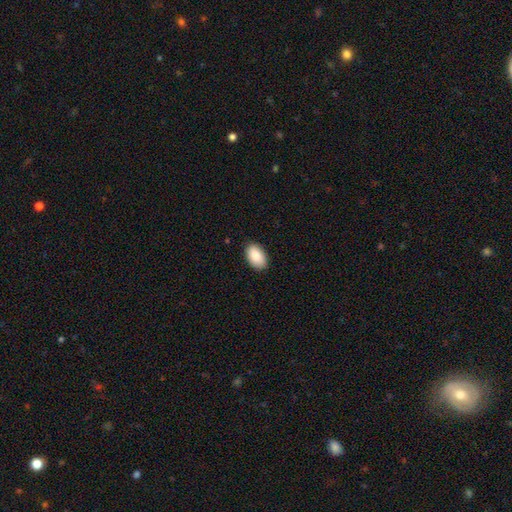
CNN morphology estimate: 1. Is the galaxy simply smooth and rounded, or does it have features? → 88% smooth, 6% star or artifact, 6% featured or disk.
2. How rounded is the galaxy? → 93% in between, 6% round, 1% cigar-shaped.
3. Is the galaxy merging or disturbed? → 88% none, 9% minor disturbance, 2% major disturbance, 1% merger.